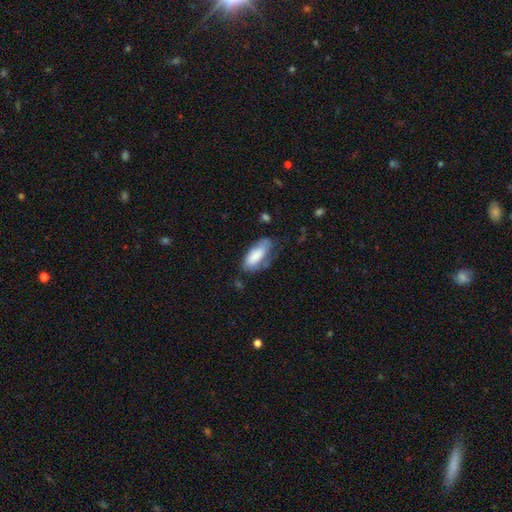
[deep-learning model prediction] Smooth or featured?
  - smooth: 79% *
  - featured or disk: 15%
  - star or artifact: 7%
How rounded?
  - in between: 78% *
  - cigar-shaped: 20%
  - round: 2%
Merging?
  - none: 49% *
  - minor disturbance: 33%
  - major disturbance: 14%
  - merger: 5%